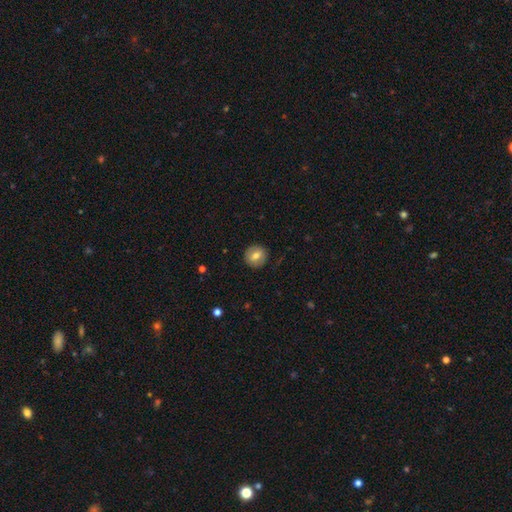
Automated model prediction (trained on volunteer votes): Overall: smooth (73%). How rounded: round (92%). Merging: none (90%).